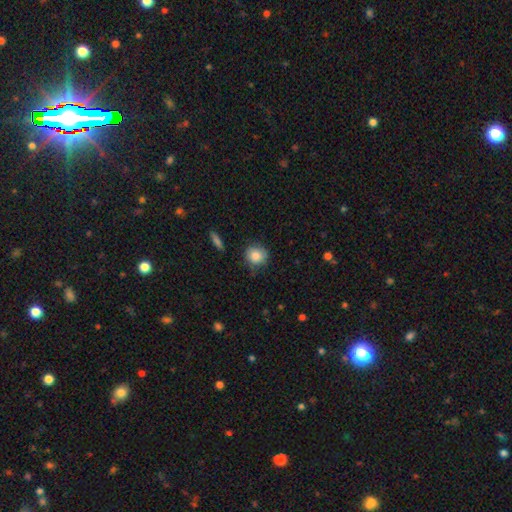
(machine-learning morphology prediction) The model was most divided on "merging": none: 74%, minor disturbance: 20%, major disturbance: 4%, merger: 2%. More confident: smooth or featured — smooth (85%); how rounded — round (84%).